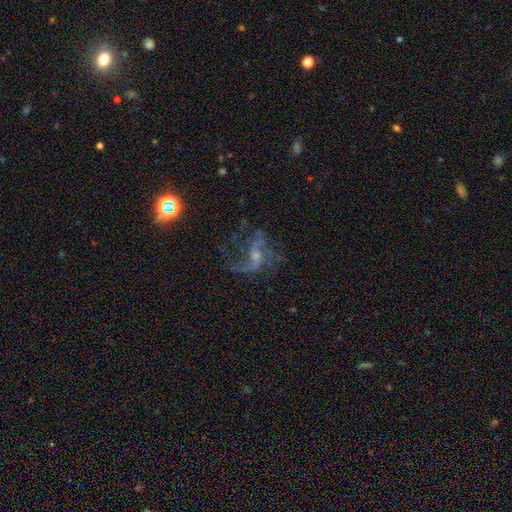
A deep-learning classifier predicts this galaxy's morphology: type=featured or disk (79%); edge-on=no (96%); bar=no (46%); spiral arms=yes (89%); winding=loose (77%); arm count=2 (62%); bulge=small (60%); merging=none (51%).